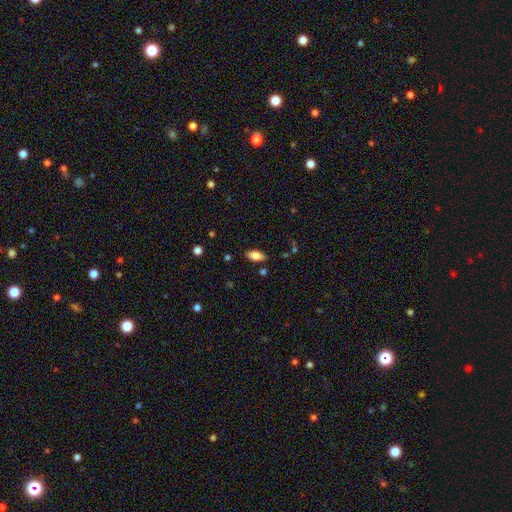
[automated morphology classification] Overall: smooth (80%). How rounded: in between (89%). Merging: none (83%).